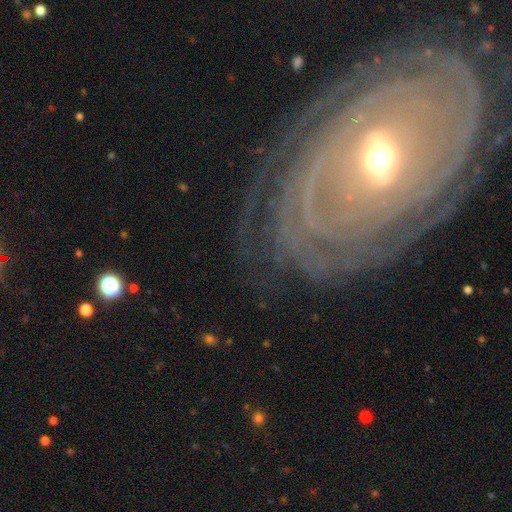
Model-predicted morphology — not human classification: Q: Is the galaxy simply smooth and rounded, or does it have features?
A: featured or disk — 83%.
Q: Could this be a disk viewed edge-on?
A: no — 94%.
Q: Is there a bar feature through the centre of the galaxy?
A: no — 48%.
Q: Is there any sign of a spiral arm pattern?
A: yes — 87%.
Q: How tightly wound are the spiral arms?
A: tight — 81%.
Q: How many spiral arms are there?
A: can't tell — 39%.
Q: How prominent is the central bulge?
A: moderate — 63%.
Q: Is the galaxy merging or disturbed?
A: none — 78%.